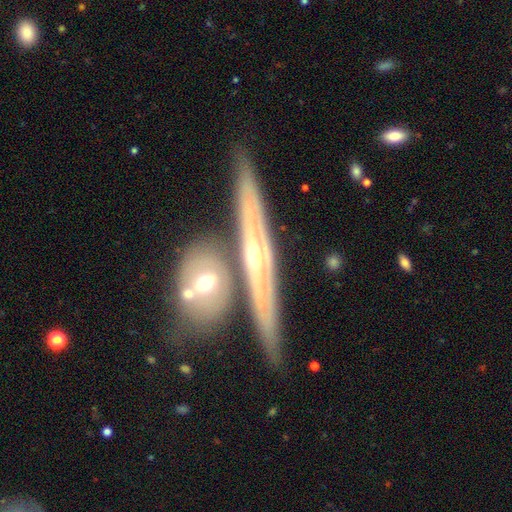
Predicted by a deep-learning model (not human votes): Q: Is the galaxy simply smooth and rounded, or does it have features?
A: featured or disk — 76%.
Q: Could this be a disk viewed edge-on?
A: yes — 89%.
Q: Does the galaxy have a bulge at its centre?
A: rounded — 75%.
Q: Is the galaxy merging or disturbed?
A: none — 73%.